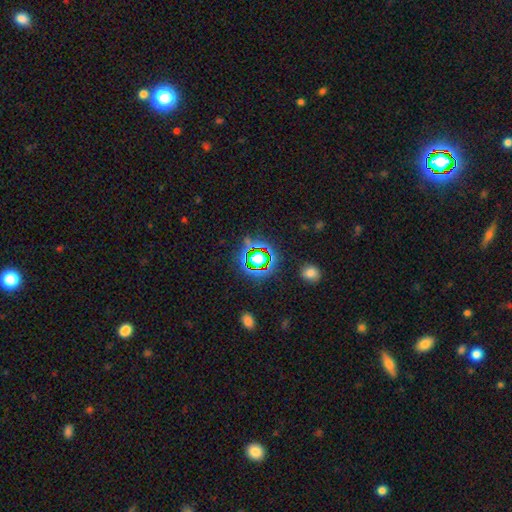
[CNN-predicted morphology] smooth-or-featured: star or artifact: 71% | smooth: 19% | featured or disk: 10%